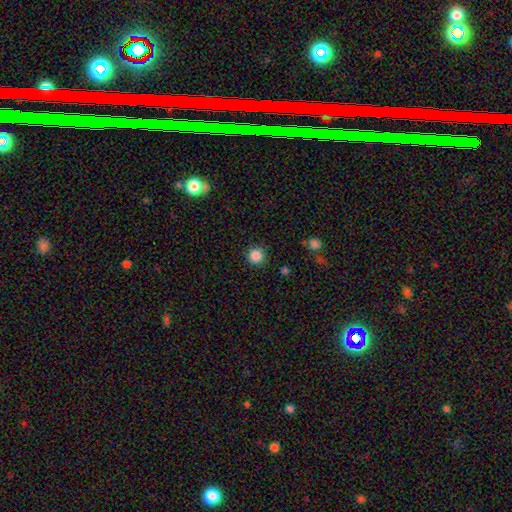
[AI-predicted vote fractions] smooth 86%, star or artifact 11%, featured or disk 3%. Down the decision tree: how rounded — round (95%); merging — none (90%).